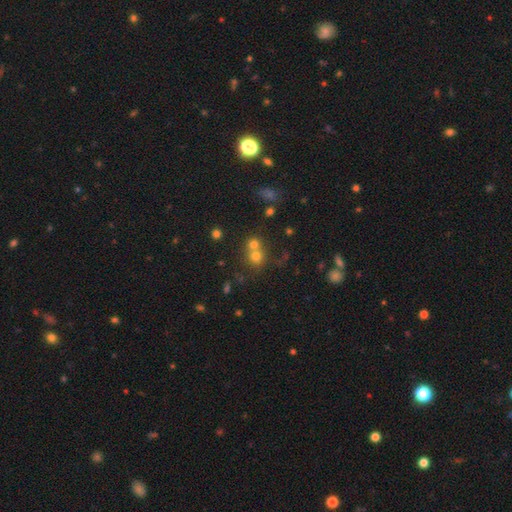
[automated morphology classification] smooth 68%, star or artifact 19%, featured or disk 13%. Down the decision tree: how rounded — round (84%); merging — merger (52%).